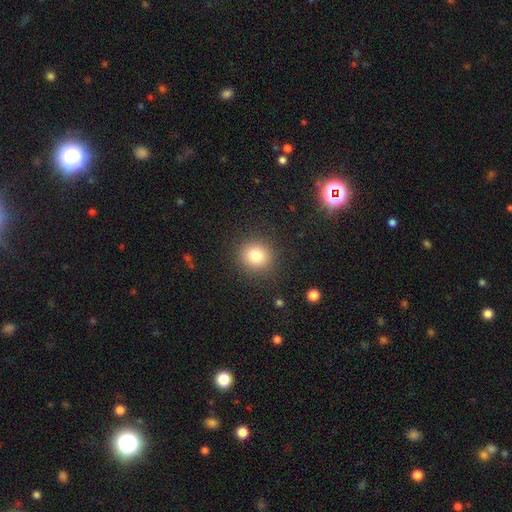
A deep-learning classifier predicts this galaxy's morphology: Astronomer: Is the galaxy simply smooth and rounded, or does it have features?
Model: smooth — 80%.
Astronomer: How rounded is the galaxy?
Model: round — 91%.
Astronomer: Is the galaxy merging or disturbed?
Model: none — 90%.